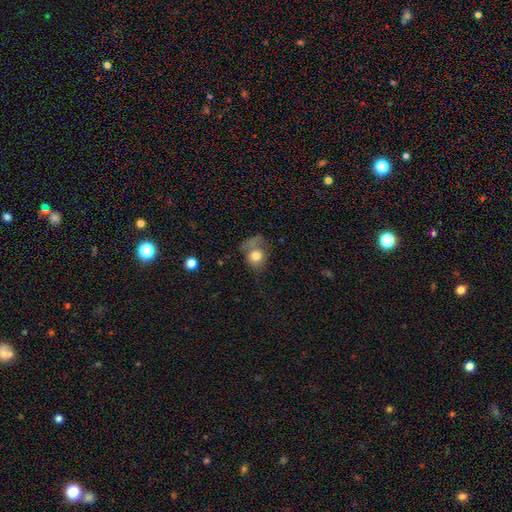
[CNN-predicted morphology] Smooth or featured? Predicted: smooth (p=0.75). How rounded? Predicted: round (p=0.68). Merging? Predicted: none (p=0.35).